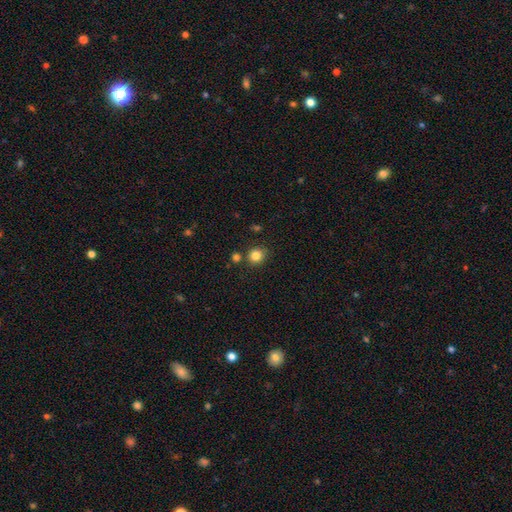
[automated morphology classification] The model was most divided on "how rounded": round: 82%, in between: 17%, cigar-shaped: 1%. More confident: smooth or featured — smooth (83%); merging — none (80%).